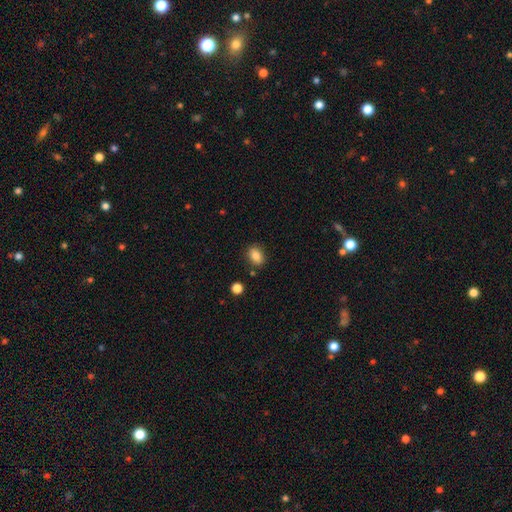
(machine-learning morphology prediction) Smooth or featured: smooth — 85% (star or artifact — 9%)
How rounded: in between — 75% (round — 23%)
Merging: none — 83% (minor disturbance — 11%)